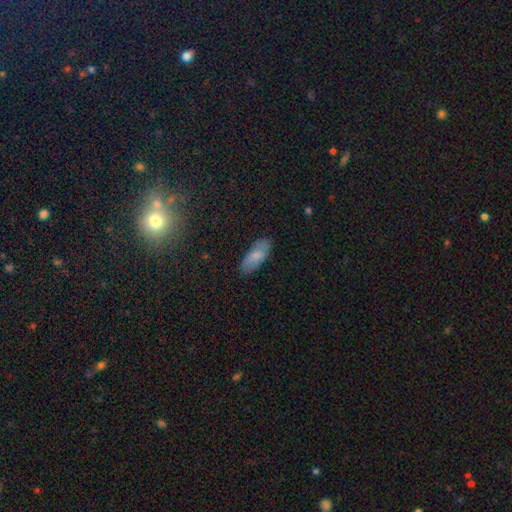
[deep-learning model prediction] This appears to be a smooth galaxy with no disk features (77%) that is in between round and cigar-shaped (81%). Merging: none (81%).